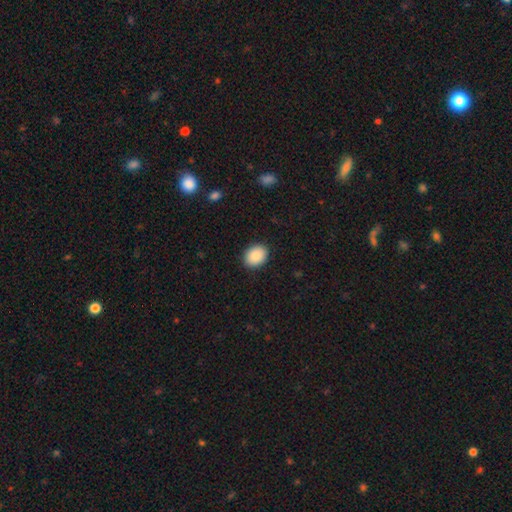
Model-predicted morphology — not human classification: smooth 90%, star or artifact 7%, featured or disk 3%. Down the decision tree: how rounded — in between (61%); merging — none (90%).